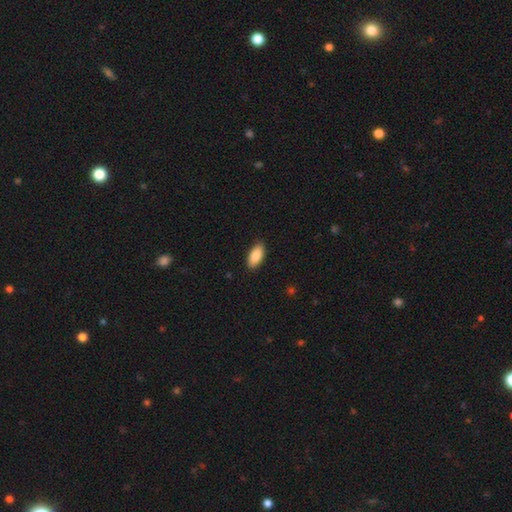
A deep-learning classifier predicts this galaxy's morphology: A smooth galaxy with no disk features (89%) that is in between round and cigar-shaped (91%). Merging: none (88%).